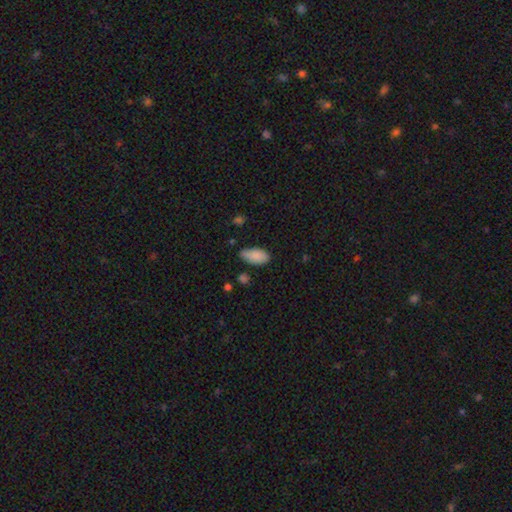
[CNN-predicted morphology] smooth_or_featured: smooth (p=0.86) [alt: star or artifact p=0.07]
how_rounded: in between (p=0.93) [alt: cigar-shaped p=0.04]
merging: none (p=0.61) [alt: minor disturbance p=0.31]